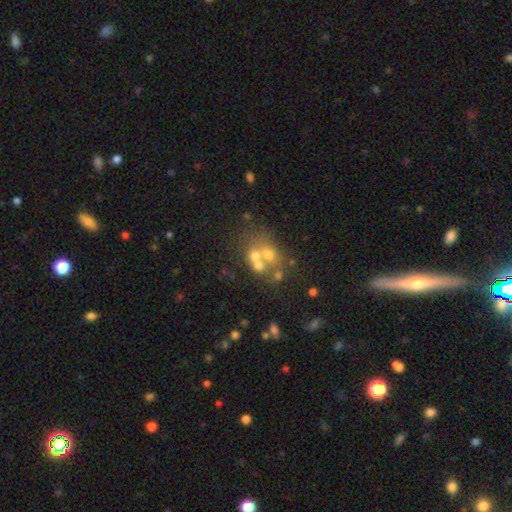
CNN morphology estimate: smooth-or-featured: smooth: 40% | featured or disk: 32% | star or artifact: 28%
  merging: merger: 47% | none: 38% | minor disturbance: 9% | major disturbance: 7%